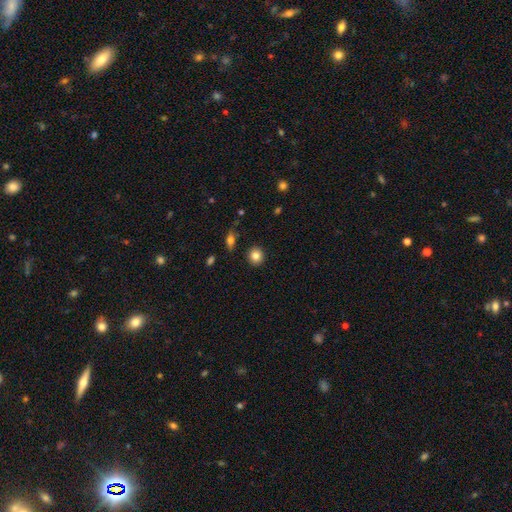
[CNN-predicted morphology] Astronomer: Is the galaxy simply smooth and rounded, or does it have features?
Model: smooth — 84%.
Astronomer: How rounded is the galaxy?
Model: round — 88%.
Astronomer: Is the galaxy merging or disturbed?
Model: none — 89%.